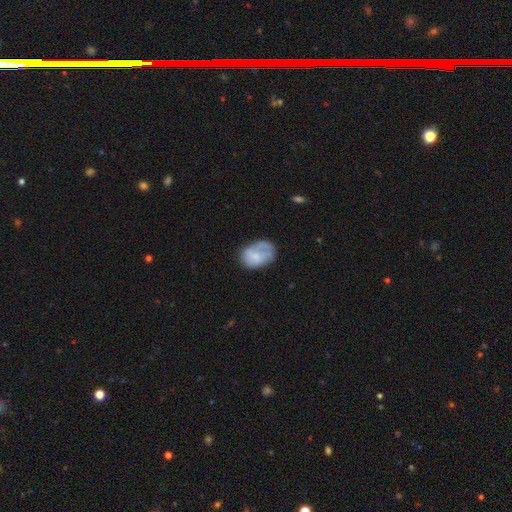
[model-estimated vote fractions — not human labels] This is possibly a smooth galaxy (54%). How rounded: likely in between (71%). Merging: possibly none (48%).